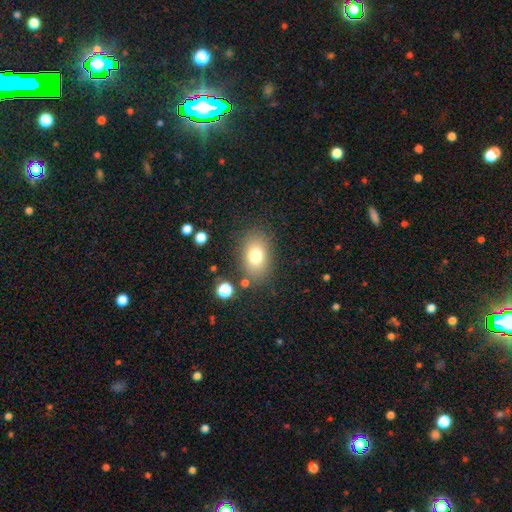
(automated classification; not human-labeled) A smooth galaxy with no disk features (77%) that is in between round and cigar-shaped (81%). Merging: none (80%).